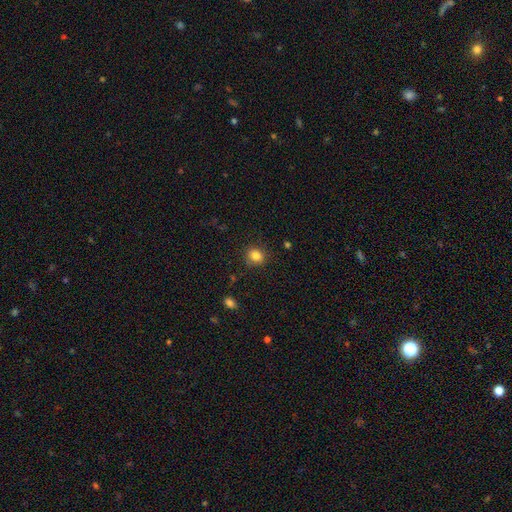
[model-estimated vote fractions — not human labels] The model was most divided on "how rounded": round: 77%, in between: 22%, cigar-shaped: 1%. More confident: merging — none (86%); smooth or featured — smooth (84%).